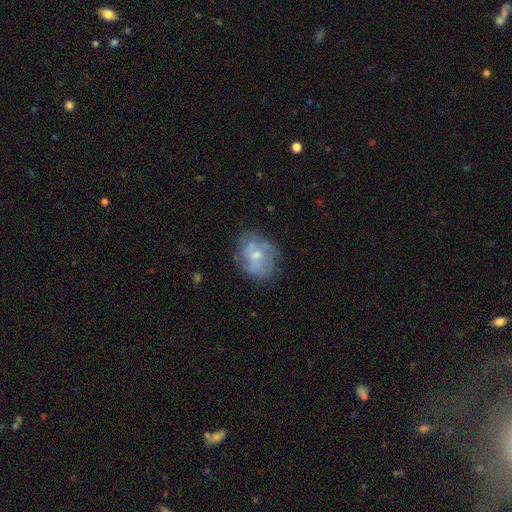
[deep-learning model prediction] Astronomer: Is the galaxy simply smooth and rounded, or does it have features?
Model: featured or disk — 52% (runner-up: smooth, 41%).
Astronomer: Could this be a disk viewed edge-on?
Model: no — 97%.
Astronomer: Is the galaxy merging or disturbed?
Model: none — 63%.